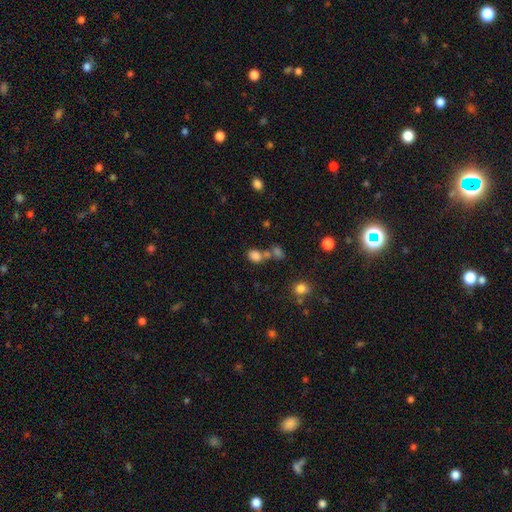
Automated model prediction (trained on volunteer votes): This is likely a smooth galaxy (79%). How rounded: likely in between (61%). Merging: possibly none (48%).